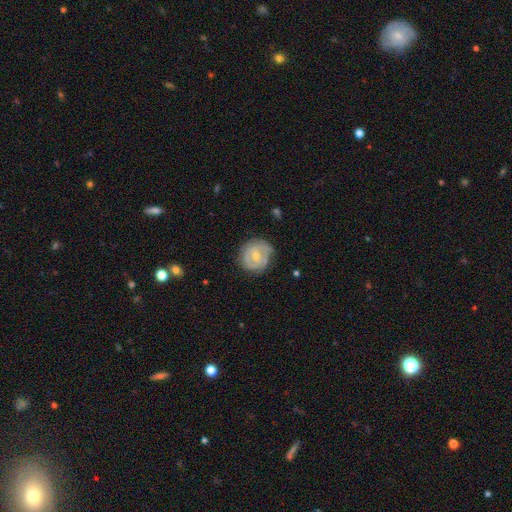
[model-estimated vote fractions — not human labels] Smooth or featured? featured or disk (62%)
Edge-on disk? no (97%)
Bar? no (54%)
Spiral arms? yes (69%)
Bulge size? small (49%)
Merging? none (66%)